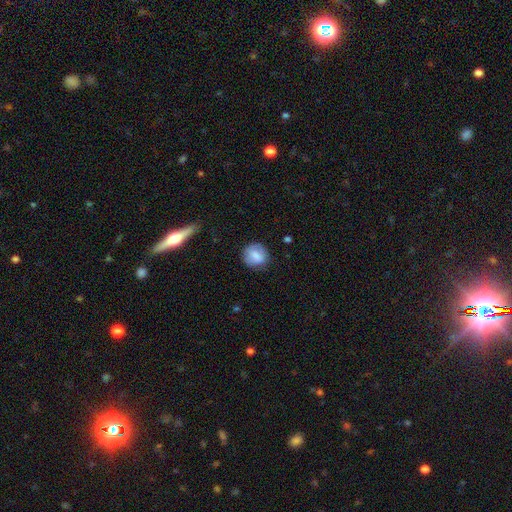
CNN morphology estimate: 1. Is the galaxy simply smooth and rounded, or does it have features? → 75% smooth, 17% featured or disk, 8% star or artifact.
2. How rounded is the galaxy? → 80% round, 18% in between, 1% cigar-shaped.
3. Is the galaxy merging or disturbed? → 76% none, 18% minor disturbance, 5% major disturbance, 2% merger.